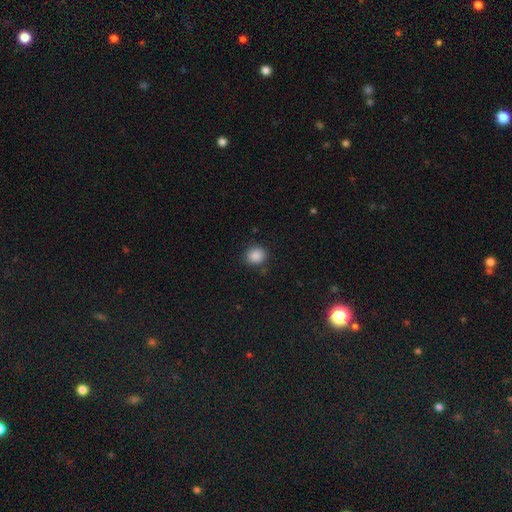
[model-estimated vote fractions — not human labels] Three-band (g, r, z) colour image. It shows a smooth galaxy with no disk features (87%) that is round (78%). Merging: none (86%).